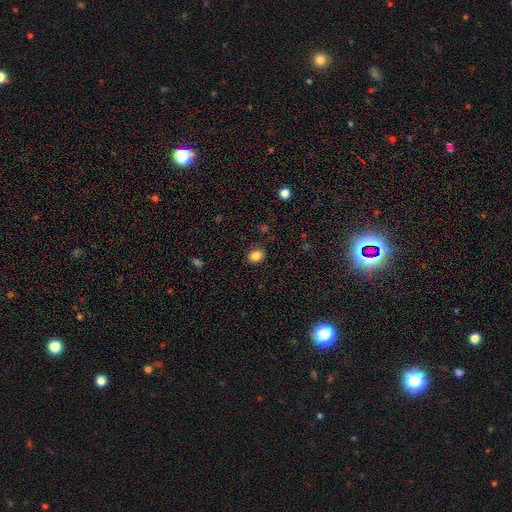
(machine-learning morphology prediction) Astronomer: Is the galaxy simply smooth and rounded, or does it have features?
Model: smooth — 85%.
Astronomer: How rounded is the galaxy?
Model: round — 64%.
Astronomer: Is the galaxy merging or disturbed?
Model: none — 85%.